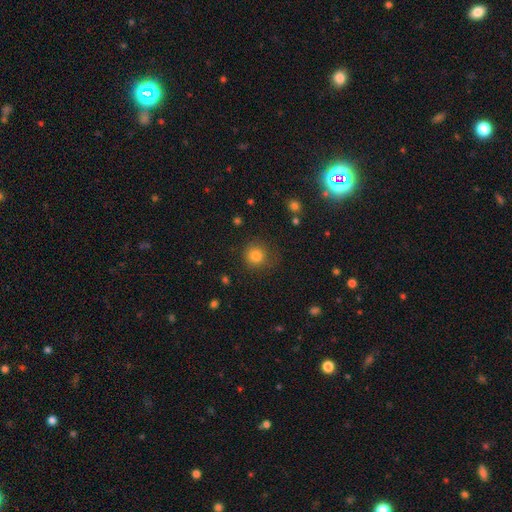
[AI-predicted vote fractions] Overall: smooth (82%). How rounded: round (91%). Merging: none (78%).